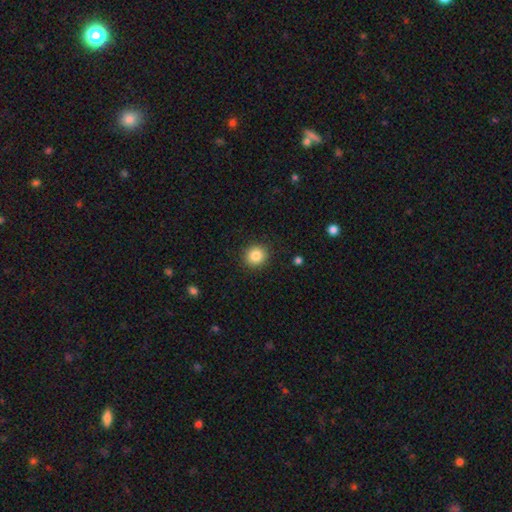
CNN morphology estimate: Q: Smooth or featured?
A: smooth (85%); runner-up: star or artifact (10%)
Q: How rounded?
A: round (89%); runner-up: in between (10%)
Q: Merging?
A: none (91%); runner-up: minor disturbance (6%)